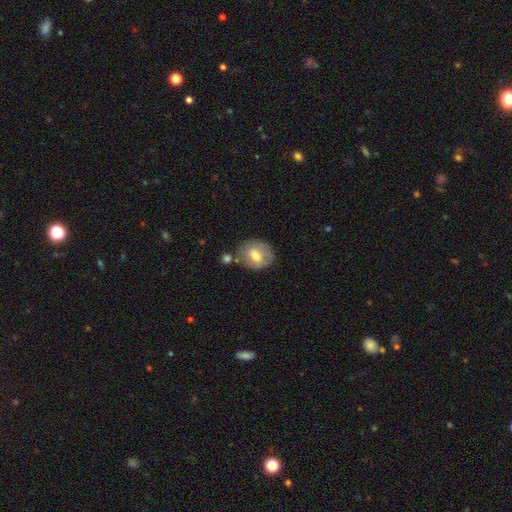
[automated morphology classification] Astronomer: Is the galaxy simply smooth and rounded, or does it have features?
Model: smooth — 61%.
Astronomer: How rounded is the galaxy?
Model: round — 64%.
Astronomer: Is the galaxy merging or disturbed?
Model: none — 65%.